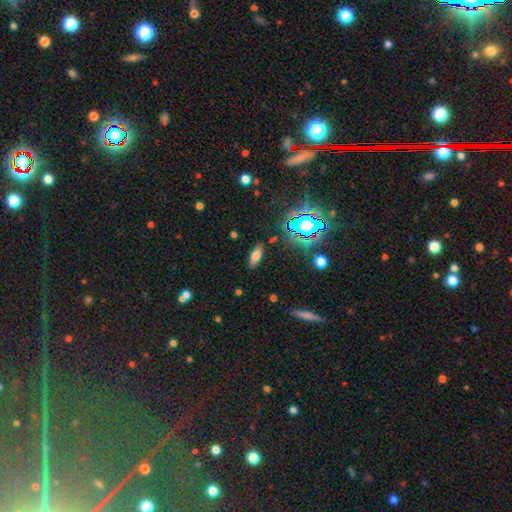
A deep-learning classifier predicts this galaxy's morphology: smooth 63%, featured or disk 21%, star or artifact 16%. Down the decision tree: how rounded — in between (71%); merging — none (86%).